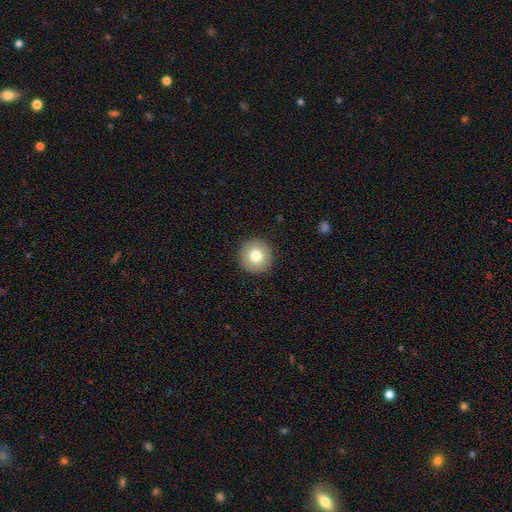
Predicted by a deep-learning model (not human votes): This appears to be a smooth galaxy with no disk features (77%) that is round (96%). Merging: none (92%).